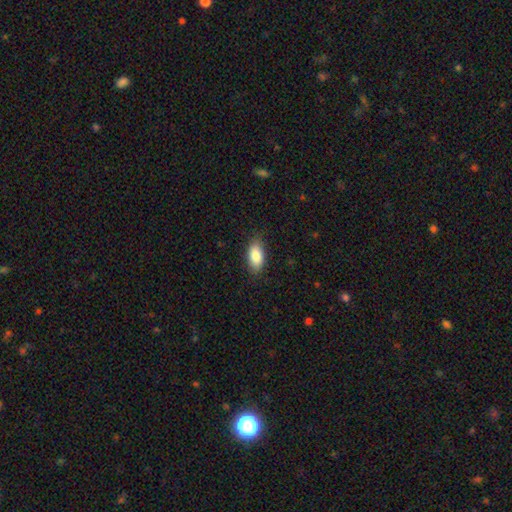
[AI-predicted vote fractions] smooth_or_featured: smooth (p=0.86) [alt: featured or disk p=0.08]
how_rounded: in between (p=0.91) [alt: cigar-shaped p=0.06]
merging: none (p=0.85) [alt: minor disturbance p=0.12]